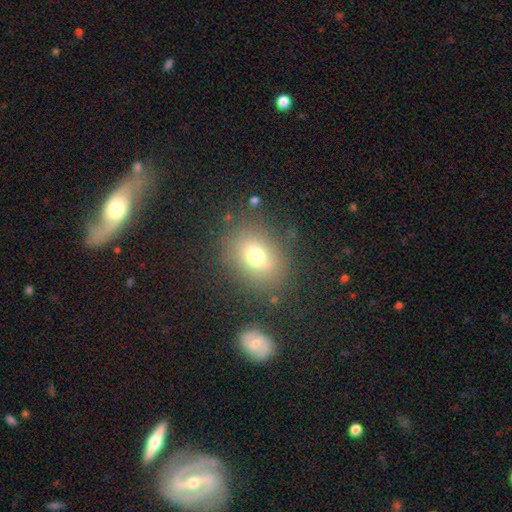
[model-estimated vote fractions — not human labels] This is likely a smooth galaxy (70%). How rounded: possibly round (52%). Merging: likely none (78%).